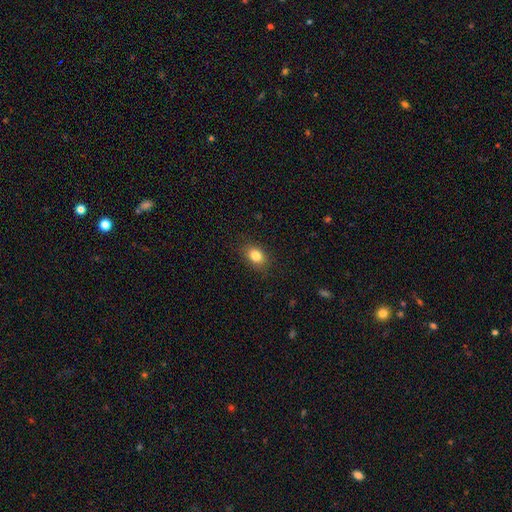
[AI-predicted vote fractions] smooth-or-featured: smooth: 83% | star or artifact: 10% | featured or disk: 7%
  how-rounded: in between: 69% | round: 30% | cigar-shaped: 1%
  merging: none: 87% | minor disturbance: 10% | major disturbance: 3% | merger: 1%